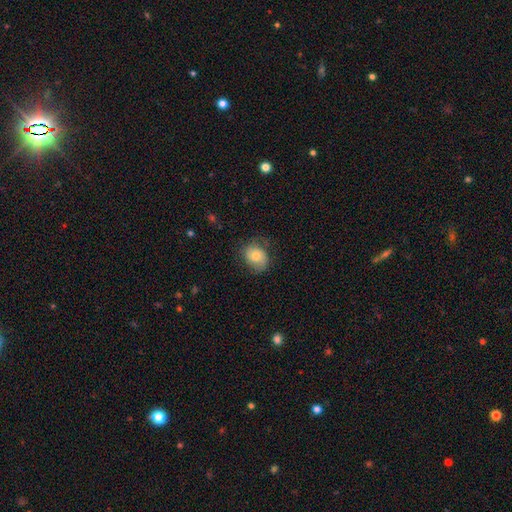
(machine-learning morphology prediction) smooth 65%, featured or disk 27%, star or artifact 9%. Down the decision tree: how rounded — round (53%); merging — none (63%).